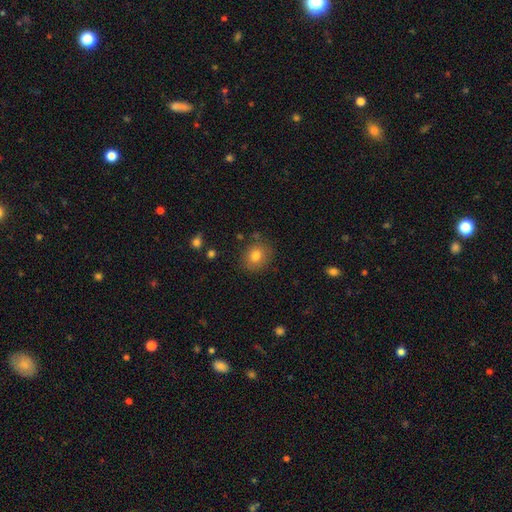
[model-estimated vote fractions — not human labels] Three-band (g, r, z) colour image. It shows a smooth galaxy with no disk features (80%) that is round (73%). Merging: none (81%).